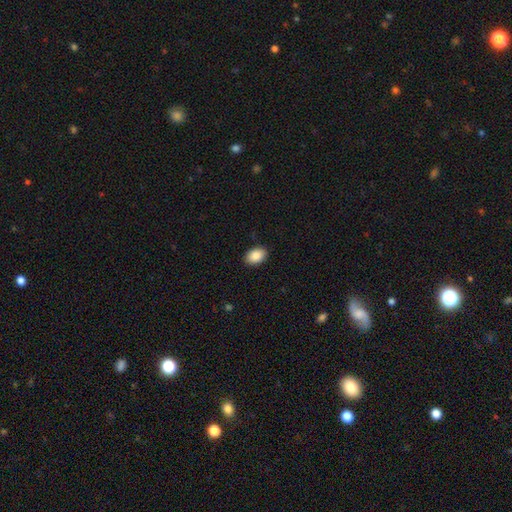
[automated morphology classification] A smooth galaxy with no disk features (88%) that is in between round and cigar-shaped (82%). Merging: none (90%).